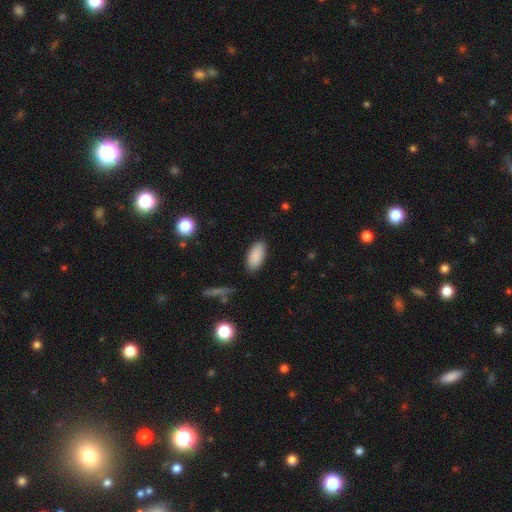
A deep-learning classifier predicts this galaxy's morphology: The model was most divided on "merging": none: 85%, minor disturbance: 11%, major disturbance: 3%, merger: 1%. More confident: how rounded — in between (92%); smooth or featured — smooth (89%).